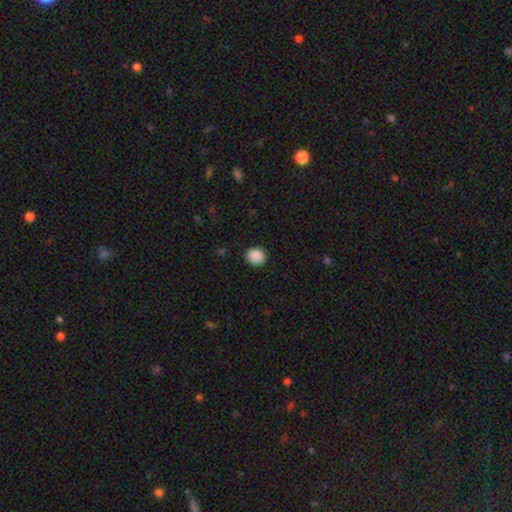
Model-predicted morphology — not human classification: The model was most divided on "how rounded": round: 79%, in between: 20%, cigar-shaped: 1%. More confident: merging — none (90%); smooth or featured — smooth (89%).